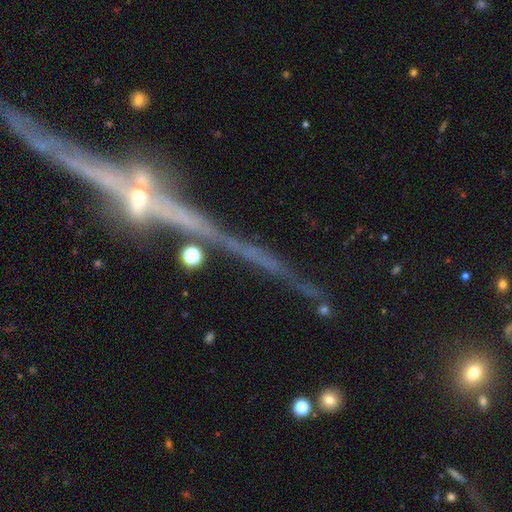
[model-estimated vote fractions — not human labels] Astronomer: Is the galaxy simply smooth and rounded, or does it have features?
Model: featured or disk — 70%.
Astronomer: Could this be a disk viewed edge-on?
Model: yes — 93%.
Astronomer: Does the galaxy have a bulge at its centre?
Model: rounded — 62%.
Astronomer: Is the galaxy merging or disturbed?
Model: none — 74%.